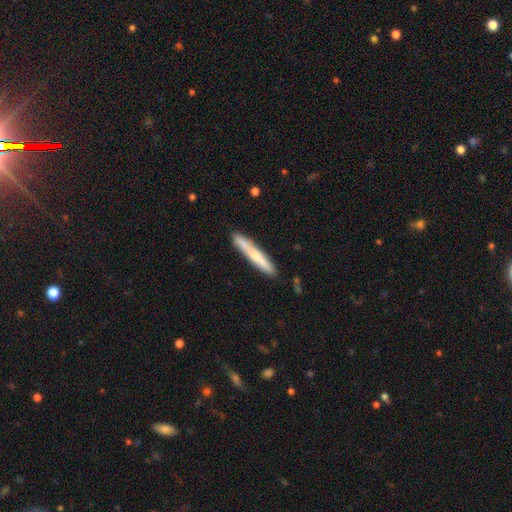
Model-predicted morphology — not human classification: A smooth galaxy with no disk features (61%) that is cigar-shaped (95%).

Vote fractions:
- Smooth or featured? smooth: 61% / featured or disk: 34% / star or artifact: 5%
- How rounded? cigar-shaped: 95% / in between: 4% / round: 1%
- Merging? none: 84% / minor disturbance: 12% / merger: 3% / major disturbance: 2%